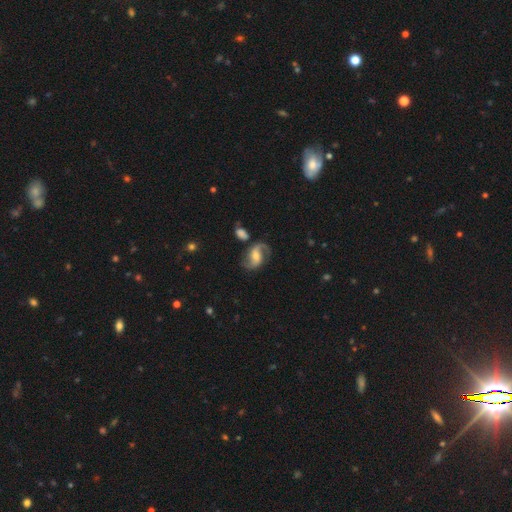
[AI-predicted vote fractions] Smooth or featured? Predicted: featured or disk (p=0.85). Edge-on disk? Predicted: no (p=0.97). Bar? Predicted: weak (p=0.45). Spiral arms? Predicted: yes (p=0.96). Spiral winding? Predicted: loose (p=0.47). Spiral arm count? Predicted: 2 (p=0.90). Bulge size? Predicted: moderate (p=0.51). Merging? Predicted: none (p=0.70).